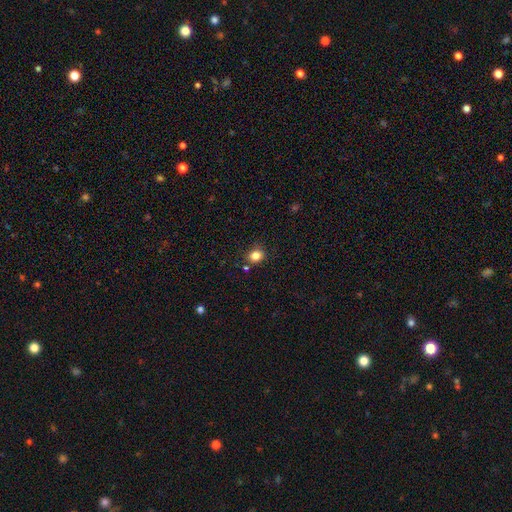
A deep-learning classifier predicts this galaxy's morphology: A smooth galaxy with no disk features (83%) that is round (72%). Merging: none (82%).